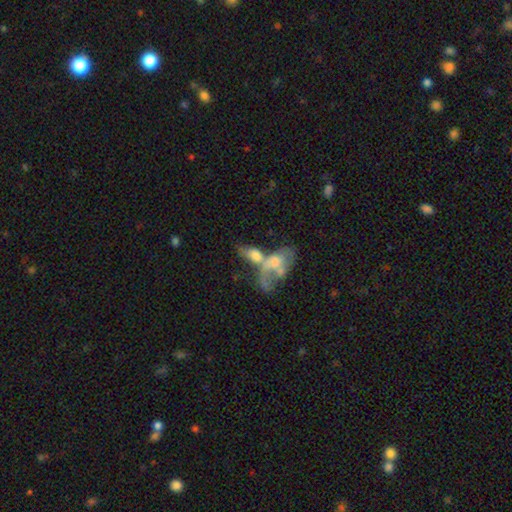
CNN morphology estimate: smooth-or-featured: smooth: 52% | featured or disk: 38% | star or artifact: 10%
  how-rounded: in between: 86% | round: 7% | cigar-shaped: 7%
  merging: merger: 68% | major disturbance: 15% | none: 10% | minor disturbance: 7%